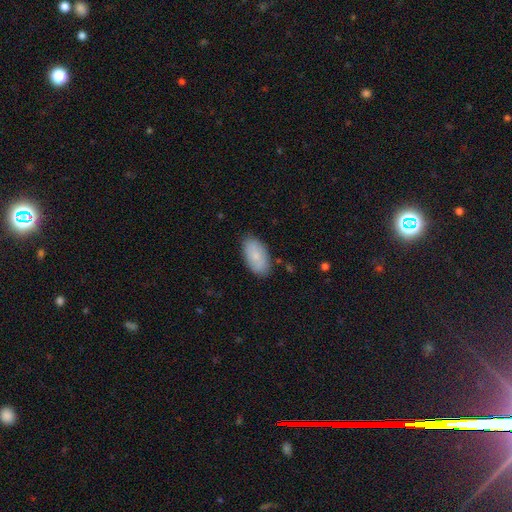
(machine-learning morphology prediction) smooth 79%, featured or disk 15%, star or artifact 6%. Down the decision tree: how rounded — in between (94%); merging — none (83%).